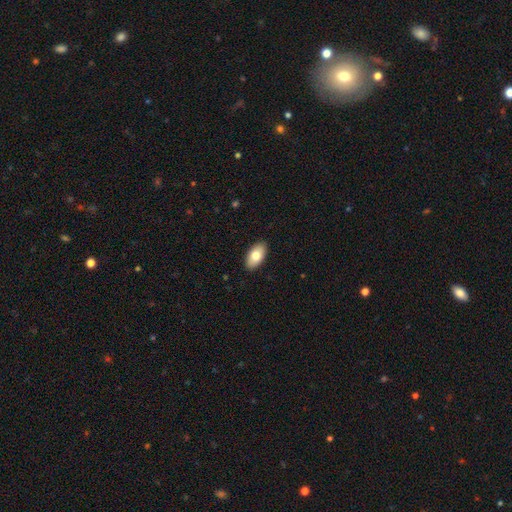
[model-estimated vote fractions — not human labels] A smooth galaxy with no disk features (77%) that is in between round and cigar-shaped (95%). Merging: none (90%).